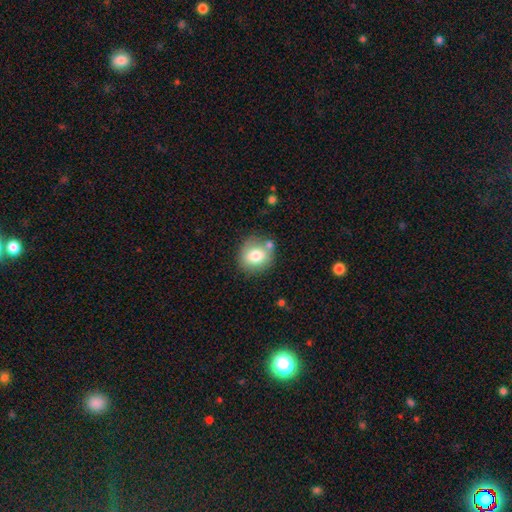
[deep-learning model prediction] A smooth galaxy with no disk features (76%) that is round (78%). Merging: none (71%).